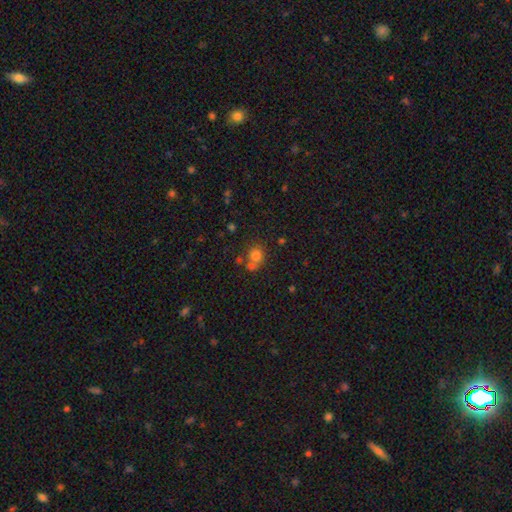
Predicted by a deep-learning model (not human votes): A smooth galaxy with no disk features (75%) that is round (79%). Merging: none (50%).